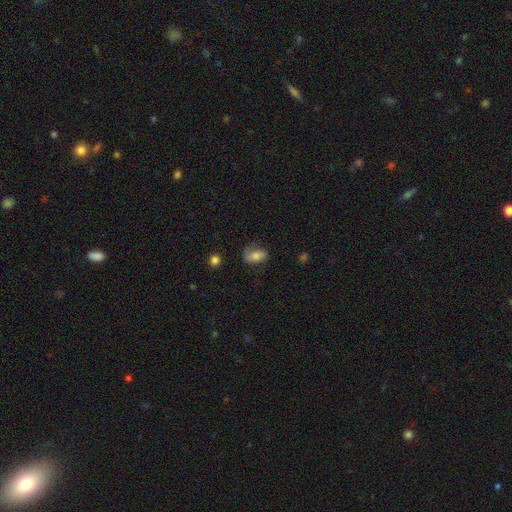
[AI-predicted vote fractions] Overall: smooth (55%; featured or disk 36%). How rounded: in between (84%). Merging: none (61%; minor disturbance 25%).